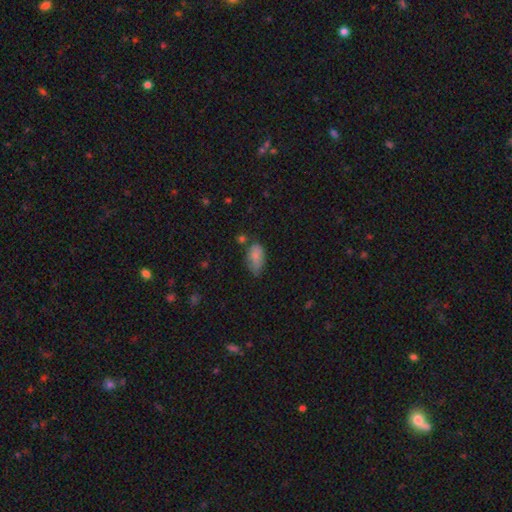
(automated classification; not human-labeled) This is clearly a smooth galaxy (83%). How rounded: clearly in between (92%). Merging: possibly none (48%).